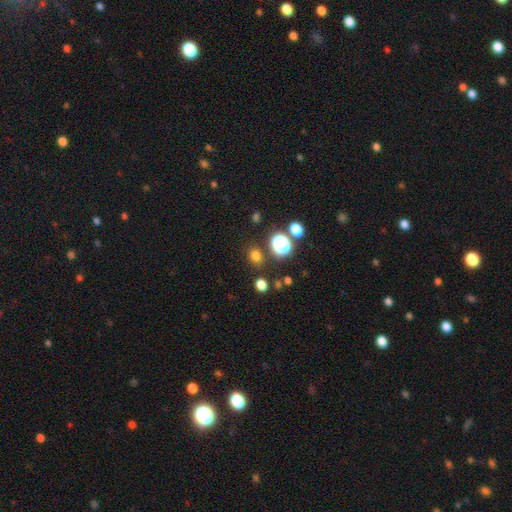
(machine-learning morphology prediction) Smooth or featured? Predicted: smooth (p=0.73). How rounded? Predicted: round (p=0.57). Merging? Predicted: none (p=0.81).